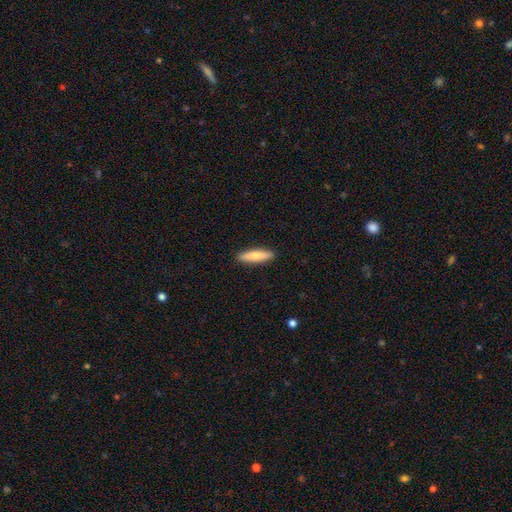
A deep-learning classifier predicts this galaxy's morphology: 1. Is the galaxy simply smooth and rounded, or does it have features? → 75% smooth, 20% featured or disk, 5% star or artifact.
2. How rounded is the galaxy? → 76% cigar-shaped, 23% in between, 2% round.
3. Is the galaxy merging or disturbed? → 91% none, 7% minor disturbance, 1% major disturbance, 1% merger.